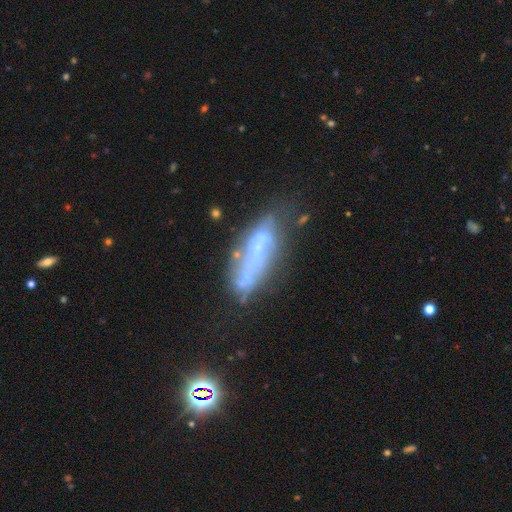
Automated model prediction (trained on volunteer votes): Morphology: type=featured or disk (55%); edge-on=no (75%); merging=none (46%).